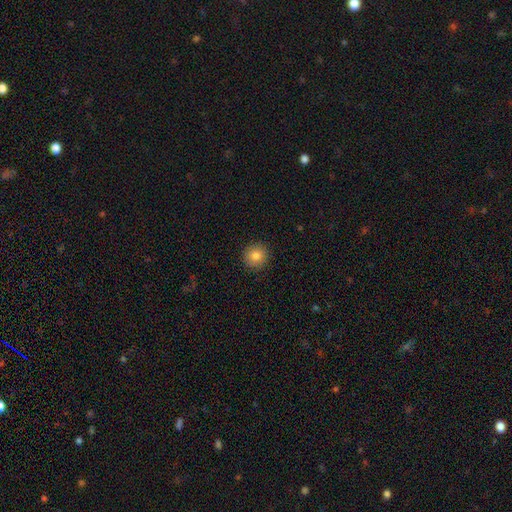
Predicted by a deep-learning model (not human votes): smooth-or-featured: smooth: 83% | star or artifact: 10% | featured or disk: 7%
  how-rounded: round: 91% | in between: 8% | cigar-shaped: 1%
  merging: none: 91% | minor disturbance: 7% | major disturbance: 2% | merger: 1%